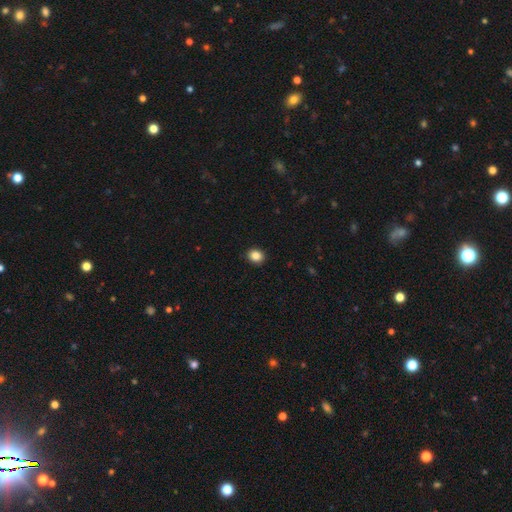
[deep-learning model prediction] This appears to be a smooth galaxy with no disk features (86%) that is round (62%). Merging: none (91%).